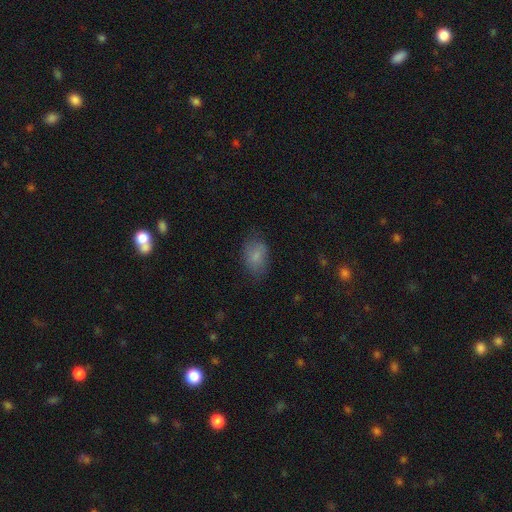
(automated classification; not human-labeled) smooth 79%, featured or disk 12%, star or artifact 9%. Down the decision tree: how rounded — in between (86%); merging — none (68%).